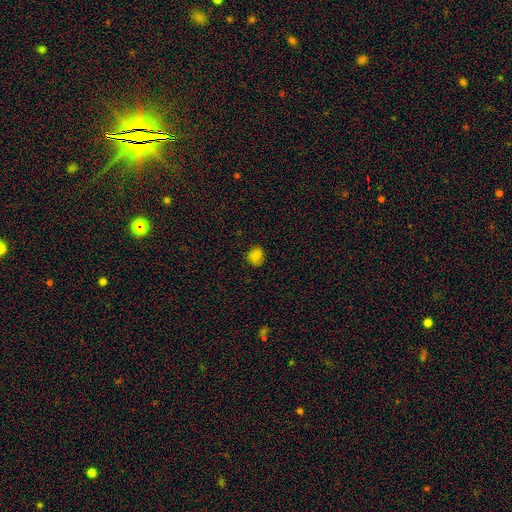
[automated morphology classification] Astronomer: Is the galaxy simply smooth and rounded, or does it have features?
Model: smooth — 82%.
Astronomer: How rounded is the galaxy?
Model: round — 67%.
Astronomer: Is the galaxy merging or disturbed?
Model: none — 79%.